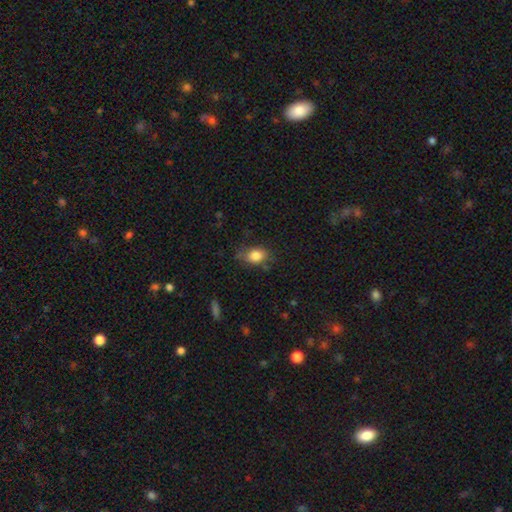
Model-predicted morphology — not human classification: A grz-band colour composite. It shows a smooth galaxy with no disk features (83%) that is in between round and cigar-shaped (74%). Merging: none (69%).